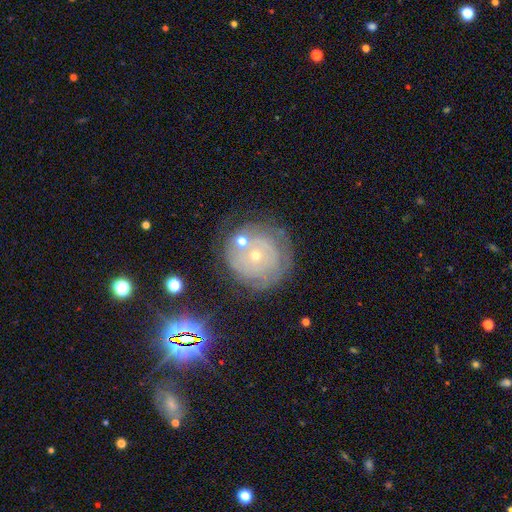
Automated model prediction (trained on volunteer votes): featured or disk 71%, smooth 19%, star or artifact 10%. Down the decision tree: edge-on disk — no (97%); bar — no (85%); spiral arms — yes (80%); spiral arm count — can't tell (49%); spiral winding — tight (80%); bulge size — small (76%); merging — none (70%).